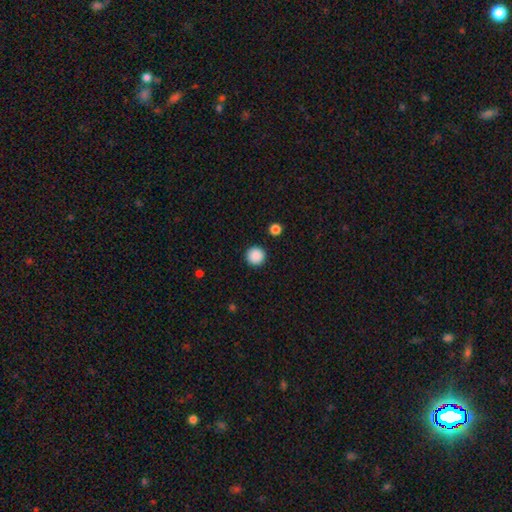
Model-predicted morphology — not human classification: A smooth galaxy with no disk features (88%) that is round (96%).

Vote fractions:
- Smooth or featured? smooth: 88% / star or artifact: 9% / featured or disk: 2%
- How rounded? round: 96% / in between: 3% / cigar-shaped: 1%
- Merging? none: 93% / minor disturbance: 4% / major disturbance: 2% / merger: 1%